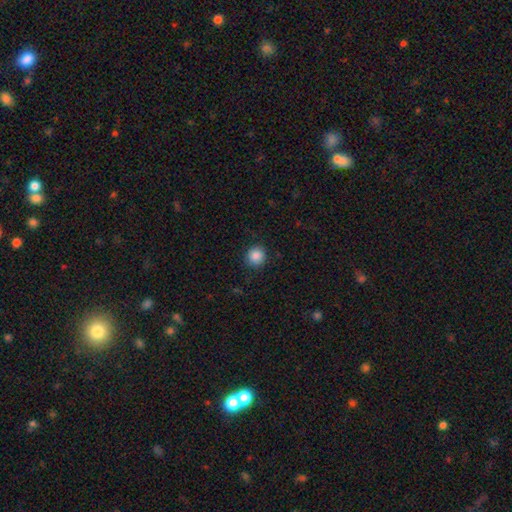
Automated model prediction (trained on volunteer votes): Smooth or featured? smooth (86%)
How rounded? round (93%)
Merging? none (90%)